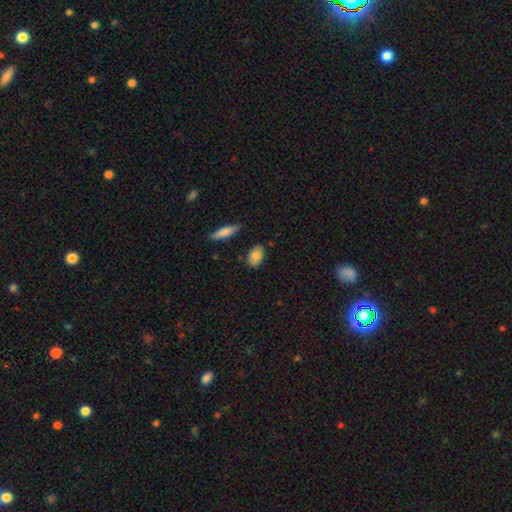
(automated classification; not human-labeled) The model was most divided on "smooth or featured": smooth: 80%, featured or disk: 13%, star or artifact: 7%. More confident: how rounded — in between (88%); merging — none (82%).